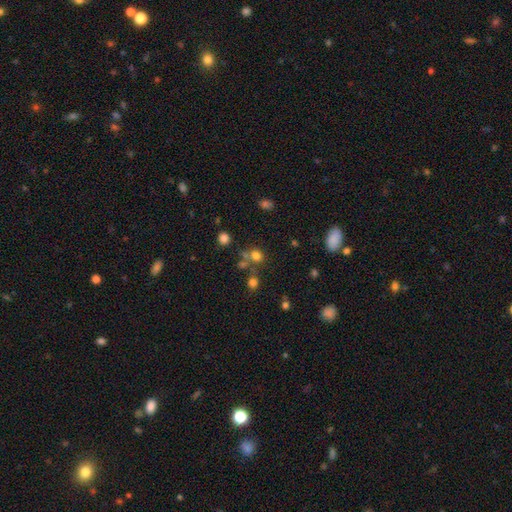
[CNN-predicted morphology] Smooth or featured? Predicted: smooth (p=0.71). How rounded? Predicted: round (p=0.79). Merging? Predicted: none (p=0.60).